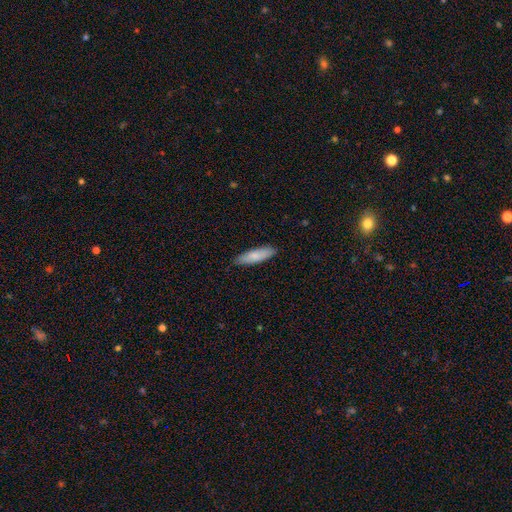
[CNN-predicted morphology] The model was most divided on "how rounded": cigar-shaped: 59%, in between: 39%, round: 2%. More confident: merging — none (87%); smooth or featured — smooth (80%).